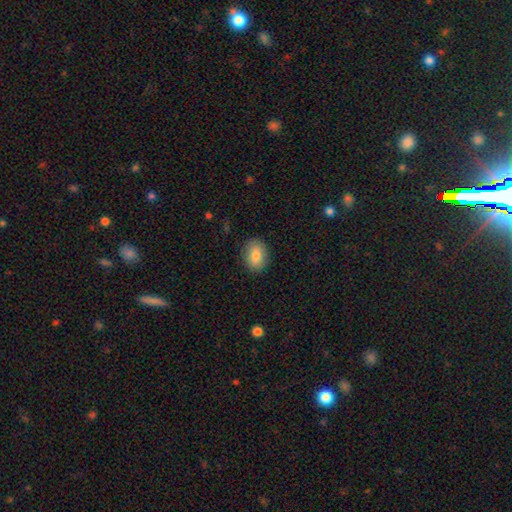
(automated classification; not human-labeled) Morphology: type=smooth (82%); roundness=in between (72%); merging=none (87%).